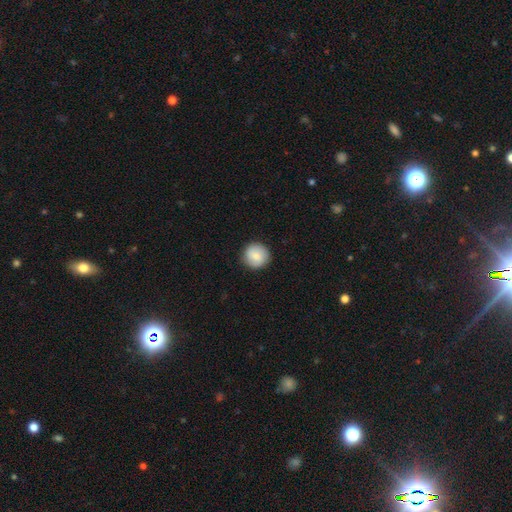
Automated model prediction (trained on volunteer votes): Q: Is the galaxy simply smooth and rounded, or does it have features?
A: smooth — 82%.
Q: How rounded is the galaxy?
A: round — 94%.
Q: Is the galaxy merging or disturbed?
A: none — 89%.